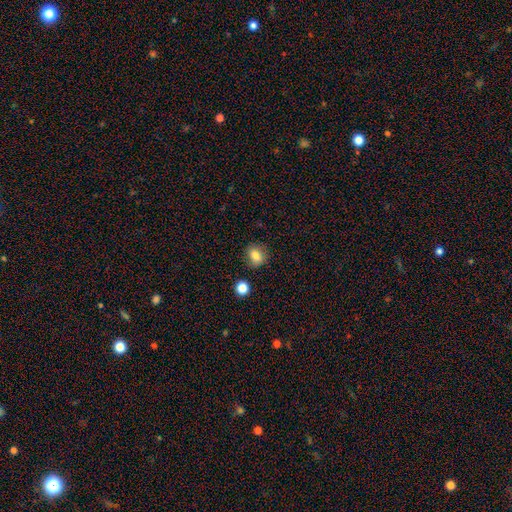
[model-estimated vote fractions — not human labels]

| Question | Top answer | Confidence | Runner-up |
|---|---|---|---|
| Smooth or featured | smooth | 81% | star or artifact (11%) |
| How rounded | round | 70% | in between (29%) |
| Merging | none | 83% | minor disturbance (11%) |